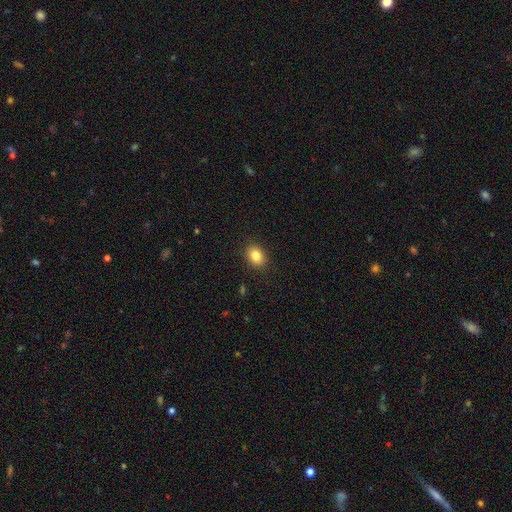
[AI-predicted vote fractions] A smooth galaxy with no disk features (84%) that is in between round and cigar-shaped (68%).

Vote fractions:
- Smooth or featured? smooth: 84% / star or artifact: 9% / featured or disk: 6%
- How rounded? in between: 68% / round: 31% / cigar-shaped: 1%
- Merging? none: 89% / minor disturbance: 8% / major disturbance: 2% / merger: 1%